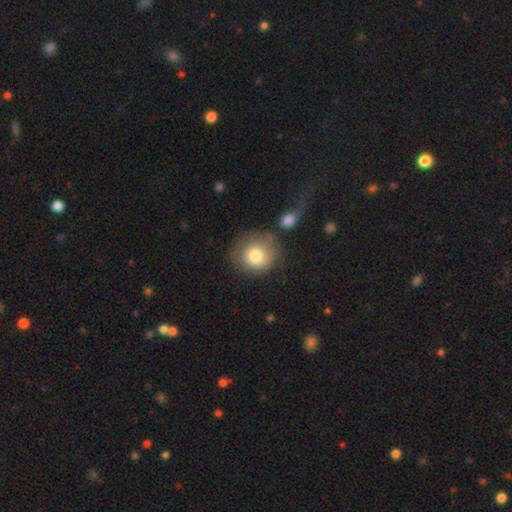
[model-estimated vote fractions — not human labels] A smooth galaxy with no disk features (79%) that is round (89%).

Vote fractions:
- Smooth or featured? smooth: 79% / featured or disk: 12% / star or artifact: 8%
- How rounded? round: 89% / in between: 10% / cigar-shaped: 1%
- Merging? none: 64% / minor disturbance: 17% / merger: 10% / major disturbance: 9%